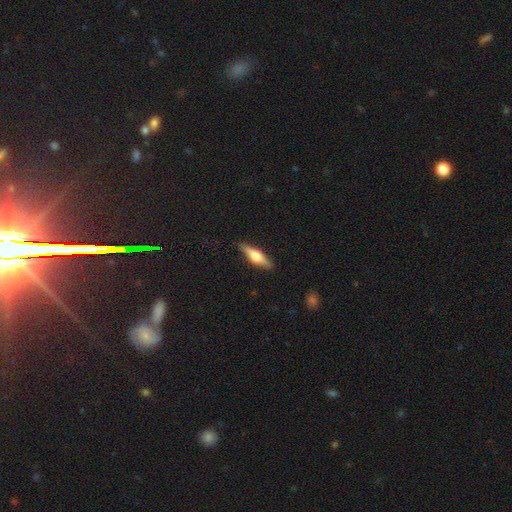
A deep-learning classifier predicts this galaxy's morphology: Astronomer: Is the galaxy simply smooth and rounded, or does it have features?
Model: featured or disk — 57% (runner-up: smooth, 37%).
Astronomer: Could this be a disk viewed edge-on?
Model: yes — 95%.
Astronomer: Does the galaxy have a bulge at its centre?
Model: rounded — 94%.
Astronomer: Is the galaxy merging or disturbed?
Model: none — 89%.